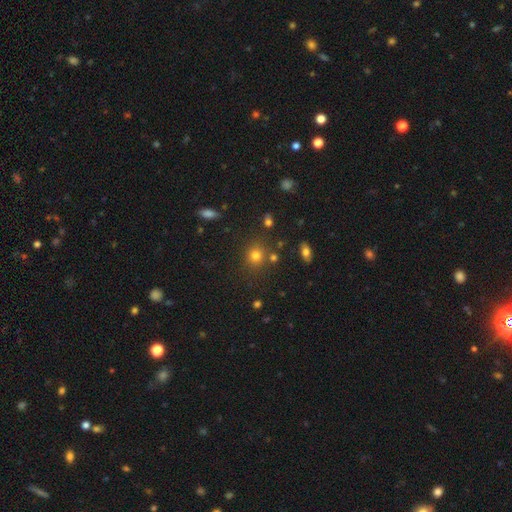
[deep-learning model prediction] Smooth or featured? Predicted: smooth (p=0.75). How rounded? Predicted: round (p=0.82). Merging? Predicted: none (p=0.79).